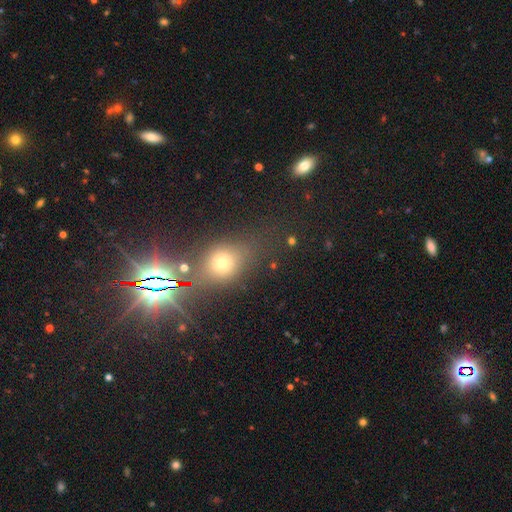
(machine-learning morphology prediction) A star or artifact, not a galaxy (44%).